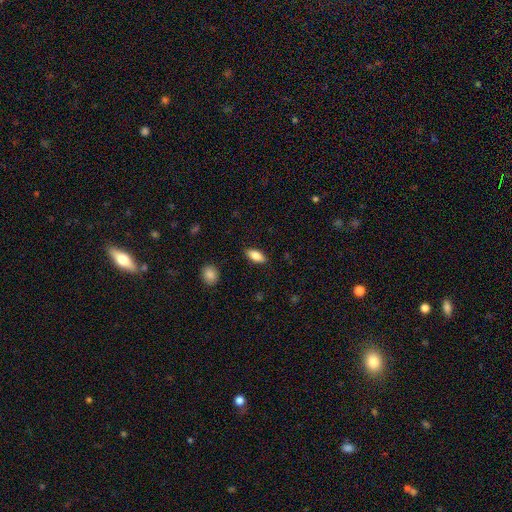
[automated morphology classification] smooth_or_featured: smooth (p=0.82) [alt: featured or disk p=0.11]
how_rounded: in between (p=0.86) [alt: cigar-shaped p=0.11]
merging: none (p=0.88) [alt: minor disturbance p=0.09]